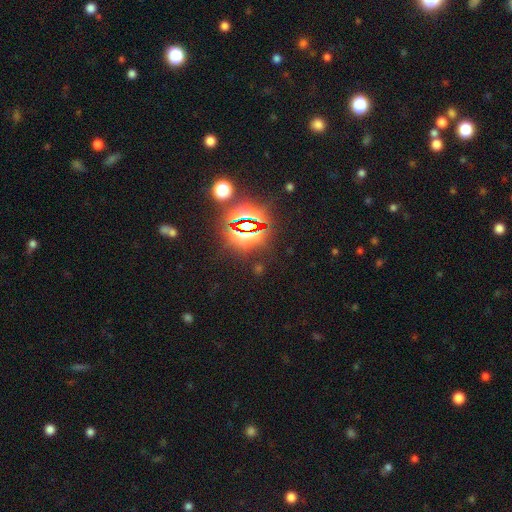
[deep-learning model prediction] A star or artifact, not a galaxy (81%).